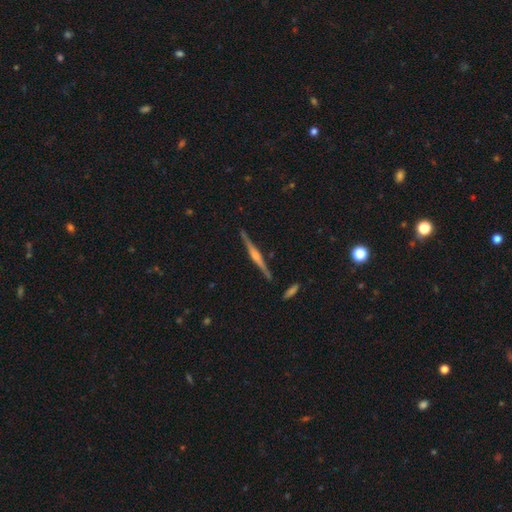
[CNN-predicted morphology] smooth-or-featured: featured or disk: 80% | smooth: 14% | star or artifact: 6%
  disk-edge-on: yes: 98% | no: 2%
    edge-on-bulge: rounded: 79% | boxy: 12% | none: 9%
  merging: none: 89% | minor disturbance: 7% | merger: 2% | major disturbance: 1%